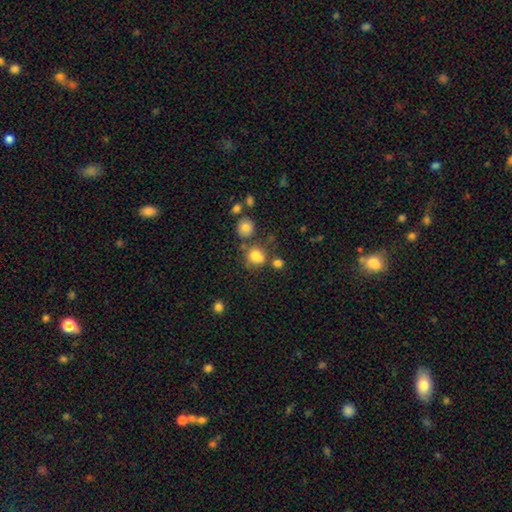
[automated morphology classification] Smooth or featured?
  - smooth: 75% *
  - star or artifact: 14%
  - featured or disk: 10%
How rounded?
  - round: 77% *
  - in between: 22%
  - cigar-shaped: 1%
Merging?
  - none: 56% *
  - merger: 23%
  - minor disturbance: 15%
  - major disturbance: 7%